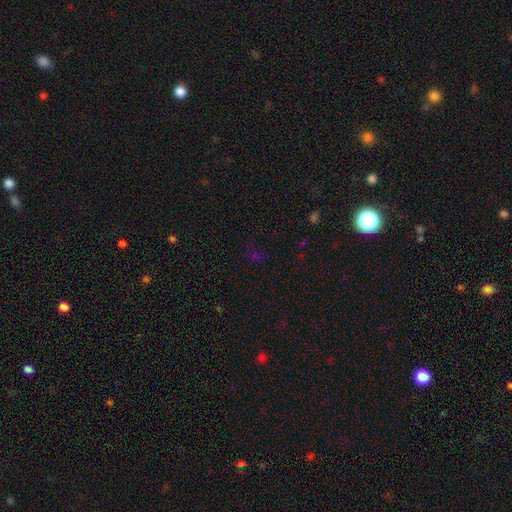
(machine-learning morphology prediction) Smooth or featured? star or artifact (59%)